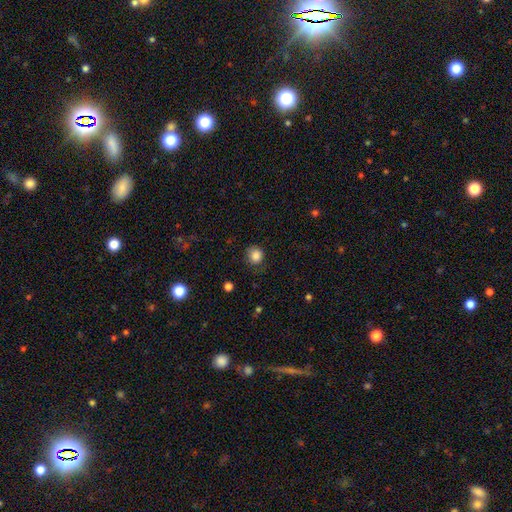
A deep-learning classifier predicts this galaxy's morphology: type=smooth (85%); roundness=round (86%); merging=none (75%).